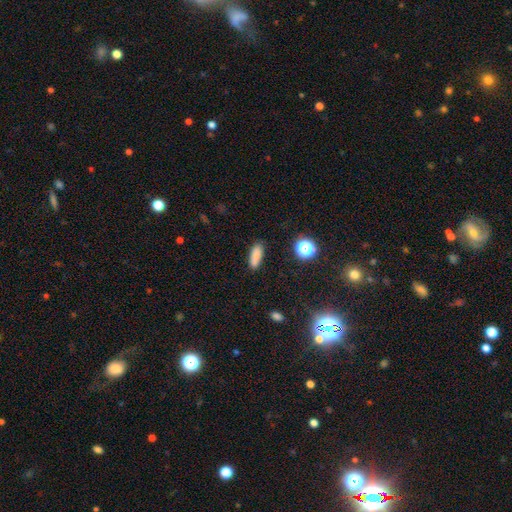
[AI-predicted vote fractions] This appears to be a smooth galaxy with no disk features (82%) that is in between round and cigar-shaped (55%). Merging: none (78%).